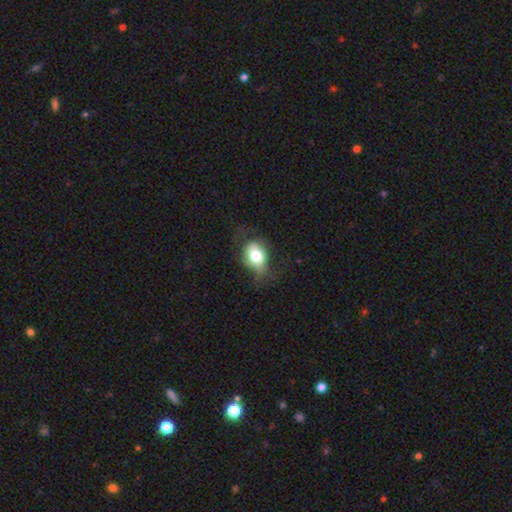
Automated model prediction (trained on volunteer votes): A smooth galaxy with no disk features (68%) that is in between round and cigar-shaped (63%). Merging: none (46%).